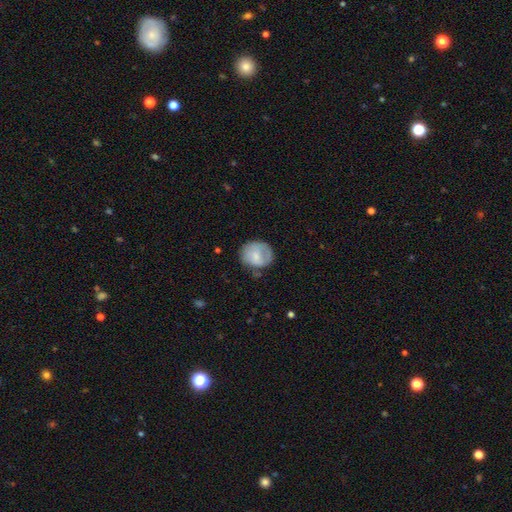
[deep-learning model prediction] smooth_or_featured: smooth (p=0.65) [alt: featured or disk p=0.28]
how_rounded: round (p=0.75) [alt: in between p=0.24]
merging: none (p=0.62) [alt: minor disturbance p=0.25]